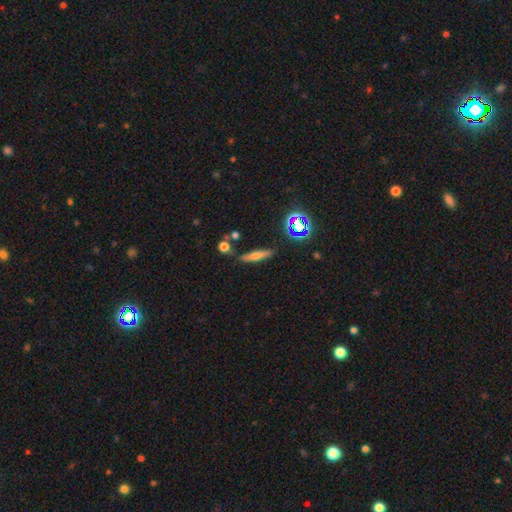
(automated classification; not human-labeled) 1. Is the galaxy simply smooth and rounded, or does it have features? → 60% smooth, 25% featured or disk, 15% star or artifact.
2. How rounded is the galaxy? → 78% cigar-shaped, 17% in between, 5% round.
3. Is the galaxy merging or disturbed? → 79% none, 12% minor disturbance, 5% merger, 3% major disturbance.